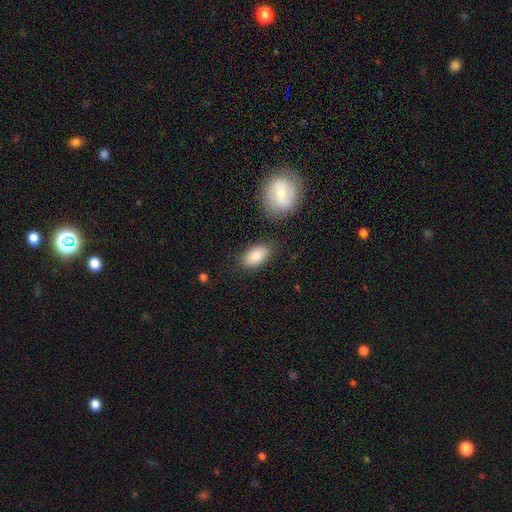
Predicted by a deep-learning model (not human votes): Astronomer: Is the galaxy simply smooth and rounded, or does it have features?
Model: smooth — 83%.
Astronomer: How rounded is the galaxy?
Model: in between — 92%.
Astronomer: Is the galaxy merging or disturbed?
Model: none — 80%.